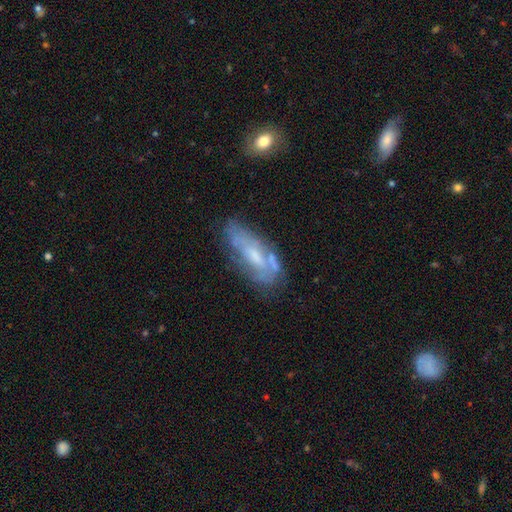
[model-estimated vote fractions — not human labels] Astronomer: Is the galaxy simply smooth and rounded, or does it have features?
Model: featured or disk — 58% (runner-up: smooth, 33%).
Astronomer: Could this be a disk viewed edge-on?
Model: no — 84%.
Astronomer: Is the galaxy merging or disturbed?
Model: none — 54%.